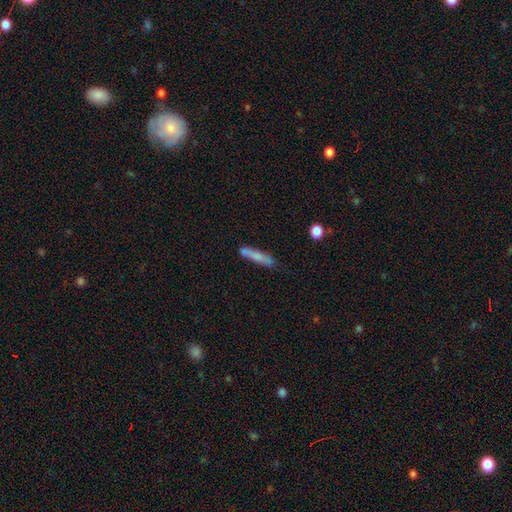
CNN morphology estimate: Overall: smooth (72%). How rounded: cigar-shaped (88%). Merging: none (72%).